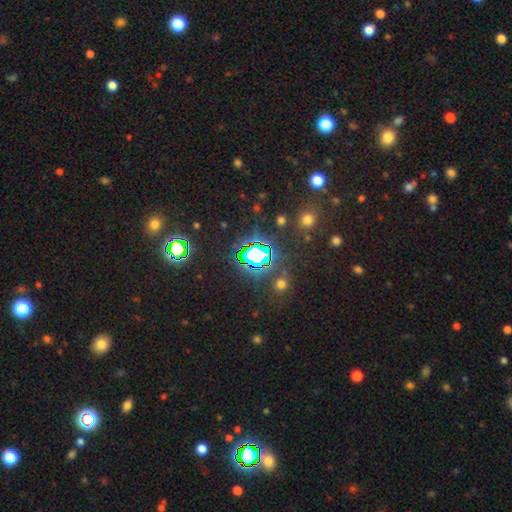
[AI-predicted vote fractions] Q: Smooth or featured?
A: star or artifact (72%); runner-up: smooth (17%)